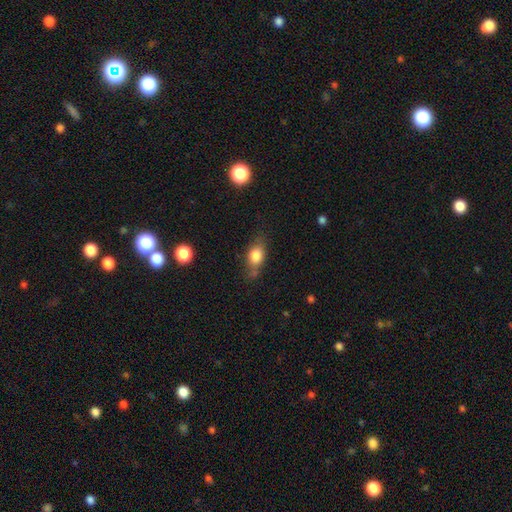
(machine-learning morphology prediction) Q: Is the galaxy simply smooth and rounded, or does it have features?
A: smooth — 76%.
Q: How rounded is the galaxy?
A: in between — 73%.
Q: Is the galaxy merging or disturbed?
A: none — 60%.